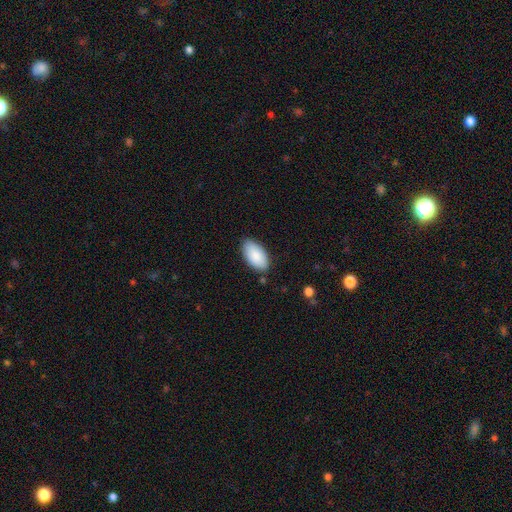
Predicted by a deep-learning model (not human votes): Smooth or featured? Predicted: smooth (p=0.88). How rounded? Predicted: in between (p=0.96). Merging? Predicted: none (p=0.83).